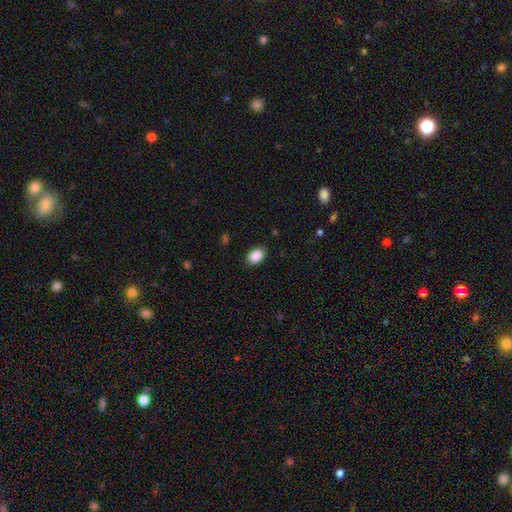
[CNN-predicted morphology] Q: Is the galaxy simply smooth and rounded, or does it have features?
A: smooth — 89%.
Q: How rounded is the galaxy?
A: in between — 86%.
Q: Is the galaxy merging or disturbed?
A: none — 88%.